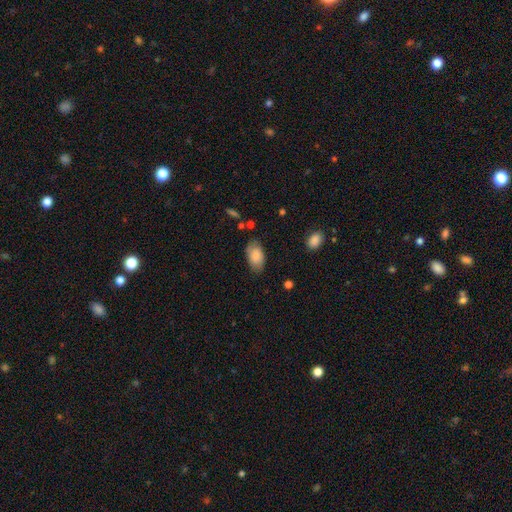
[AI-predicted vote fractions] Q: Smooth or featured?
A: smooth (81%); runner-up: featured or disk (12%)
Q: How rounded?
A: in between (93%); runner-up: round (5%)
Q: Merging?
A: none (72%); runner-up: minor disturbance (20%)